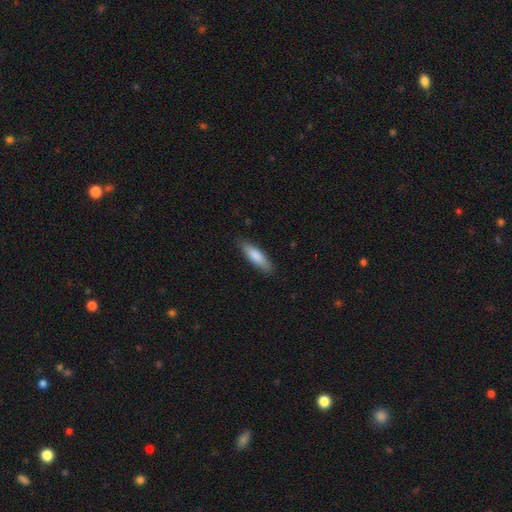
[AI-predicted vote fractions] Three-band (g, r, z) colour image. It shows a smooth galaxy with no disk features (83%) that is cigar-shaped (56%). Merging: none (87%).